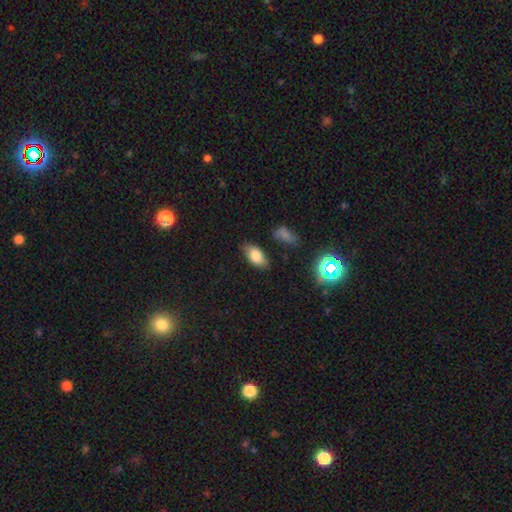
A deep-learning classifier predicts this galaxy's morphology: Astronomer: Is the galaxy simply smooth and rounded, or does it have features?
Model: smooth — 80%.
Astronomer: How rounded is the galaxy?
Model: in between — 90%.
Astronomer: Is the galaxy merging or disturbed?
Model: none — 79%.